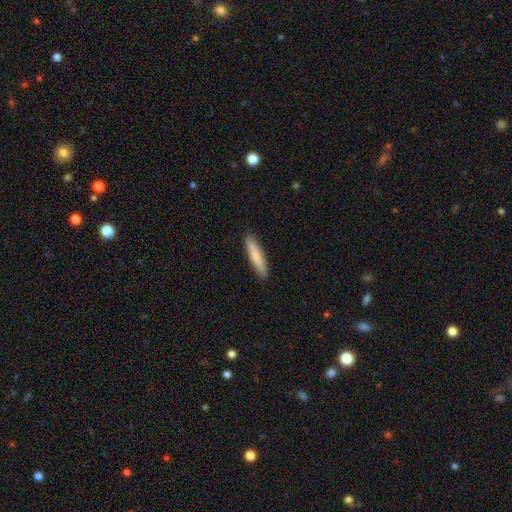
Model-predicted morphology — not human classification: smooth-or-featured: smooth: 79% | featured or disk: 16% | star or artifact: 5%
  how-rounded: cigar-shaped: 90% | in between: 9% | round: 1%
  merging: none: 91% | minor disturbance: 7% | major disturbance: 1% | merger: 1%